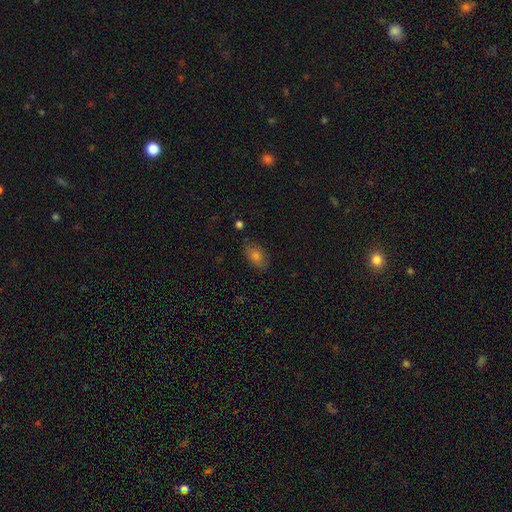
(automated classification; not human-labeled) The model was most divided on "smooth or featured": smooth: 72%, star or artifact: 16%, featured or disk: 12%. More confident: how rounded — in between (87%); merging — none (80%).